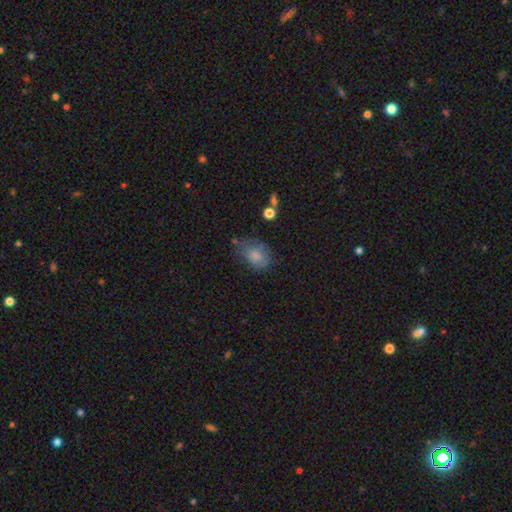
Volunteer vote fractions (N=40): Overall: smooth (85%). How rounded: in between (74%). Merging: none (53%; minor disturbance 31%).